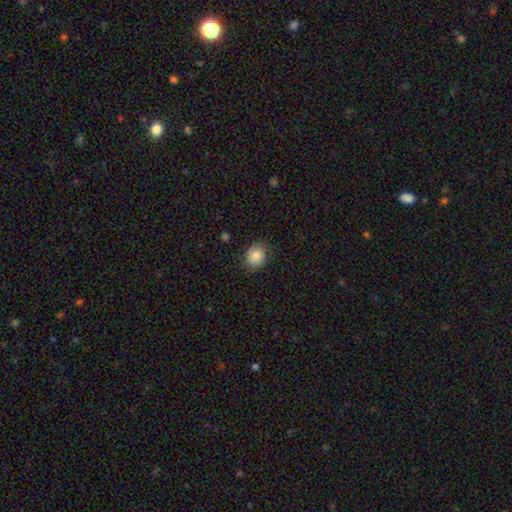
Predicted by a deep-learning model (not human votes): Smooth or featured?
  - smooth: 83% *
  - star or artifact: 8%
  - featured or disk: 8%
How rounded?
  - round: 60% *
  - in between: 39%
  - cigar-shaped: 1%
Merging?
  - none: 80% *
  - minor disturbance: 15%
  - major disturbance: 4%
  - merger: 1%